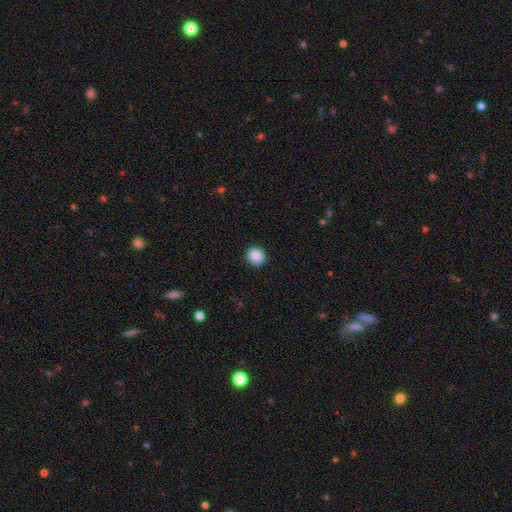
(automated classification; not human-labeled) A smooth galaxy with no disk features (88%) that is round (90%). Merging: none (91%).